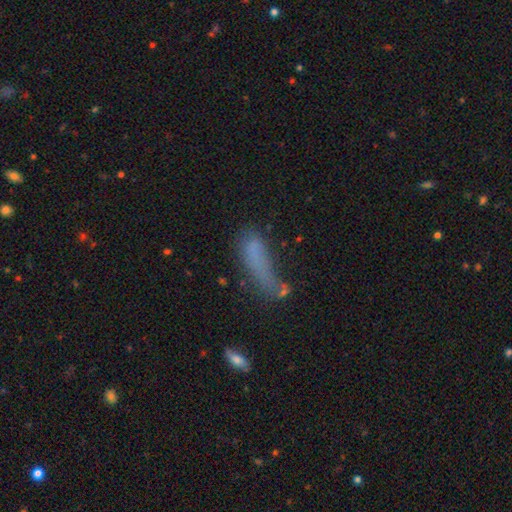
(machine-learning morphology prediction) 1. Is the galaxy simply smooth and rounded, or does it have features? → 66% smooth, 19% featured or disk, 15% star or artifact.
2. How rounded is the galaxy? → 54% in between, 41% cigar-shaped, 4% round.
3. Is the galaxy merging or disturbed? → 37% major disturbance, 28% none, 23% minor disturbance, 13% merger.